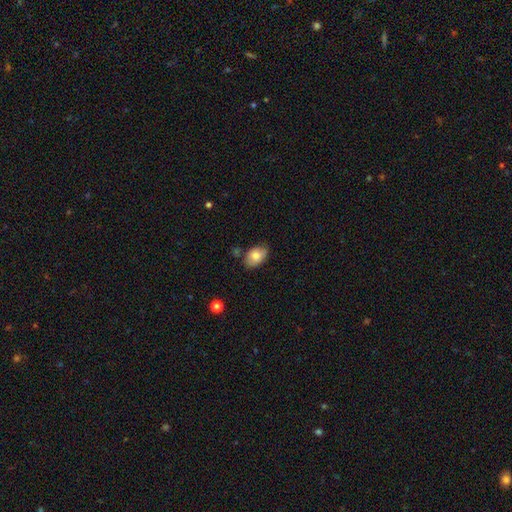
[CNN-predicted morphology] The model was most divided on "merging": none: 70%, minor disturbance: 21%, merger: 5%, major disturbance: 4%. More confident: how rounded — in between (89%); smooth or featured — smooth (80%).